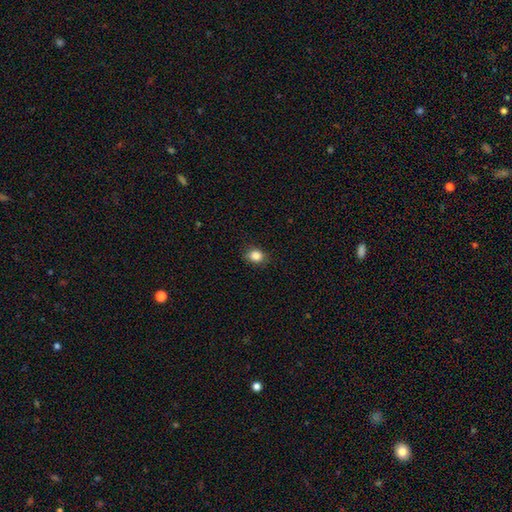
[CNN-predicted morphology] A smooth galaxy with no disk features (85%) that is round (57%).

Vote fractions:
- Smooth or featured? smooth: 85% / star or artifact: 10% / featured or disk: 5%
- How rounded? round: 57% / in between: 42% / cigar-shaped: 1%
- Merging? none: 84% / minor disturbance: 12% / major disturbance: 3% / merger: 1%